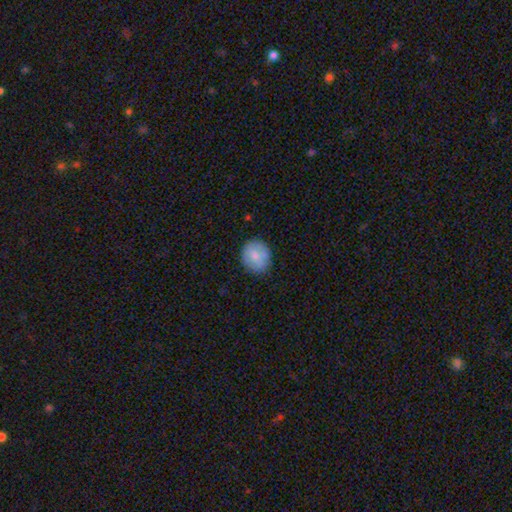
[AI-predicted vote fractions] Smooth or featured? smooth (79%)
How rounded? round (84%)
Merging? none (85%)